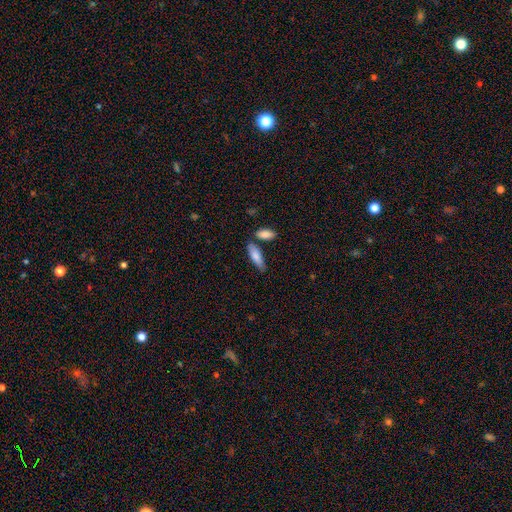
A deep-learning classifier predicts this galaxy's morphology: A smooth galaxy with no disk features (82%) that is in between round and cigar-shaped (51%).

Vote fractions:
- Smooth or featured? smooth: 82% / featured or disk: 13% / star or artifact: 5%
- How rounded? in between: 51% / cigar-shaped: 47% / round: 2%
- Merging? none: 70% / minor disturbance: 15% / merger: 12% / major disturbance: 3%